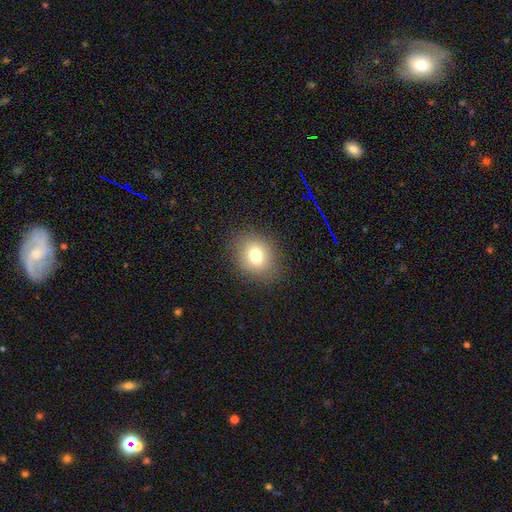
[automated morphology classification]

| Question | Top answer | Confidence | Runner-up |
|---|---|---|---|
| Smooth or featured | smooth | 76% | star or artifact (12%) |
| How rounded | round | 52% | in between (47%) |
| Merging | none | 86% | minor disturbance (10%) |